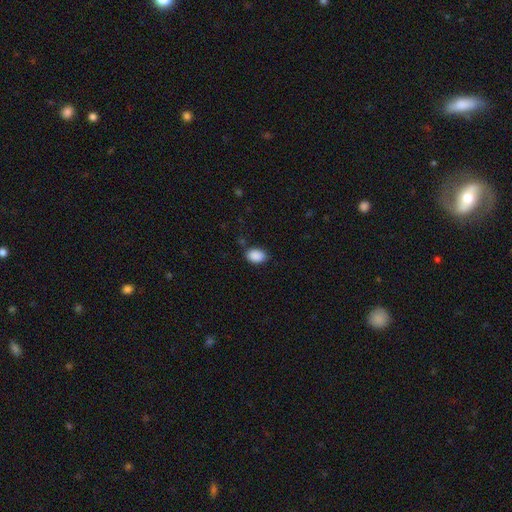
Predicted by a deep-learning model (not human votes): This is clearly a smooth galaxy (89%). How rounded: clearly in between (82%). Merging: clearly none (81%).